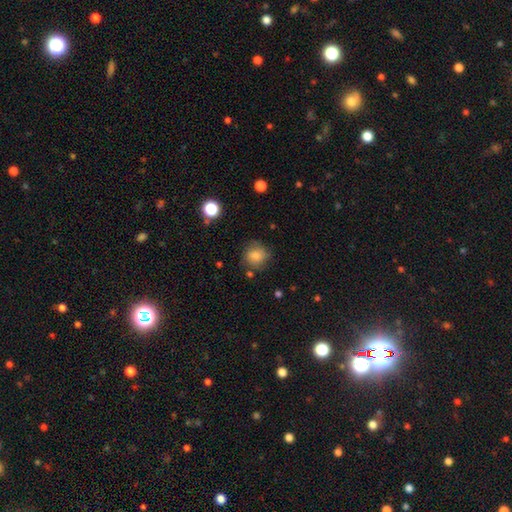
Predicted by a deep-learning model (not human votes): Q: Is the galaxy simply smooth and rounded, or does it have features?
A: smooth — 78%.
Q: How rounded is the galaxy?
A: round — 85%.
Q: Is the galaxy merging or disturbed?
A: none — 73%.